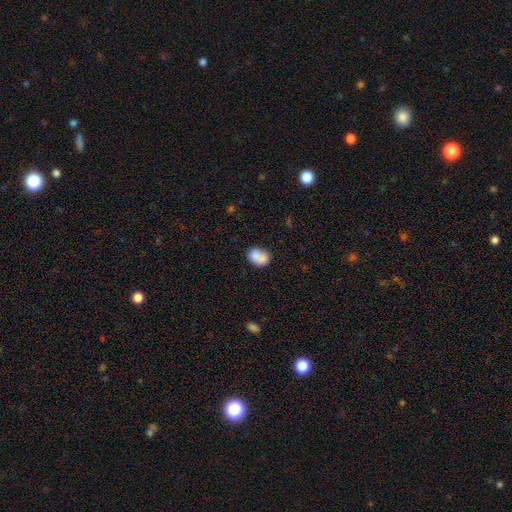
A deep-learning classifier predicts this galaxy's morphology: smooth-or-featured: smooth: 81% | featured or disk: 11% | star or artifact: 8%
  how-rounded: in between: 71% | round: 28% | cigar-shaped: 1%
  merging: none: 55% | merger: 21% | minor disturbance: 18% | major disturbance: 5%